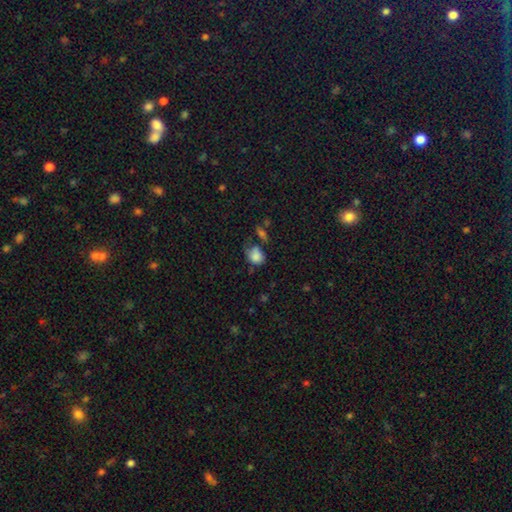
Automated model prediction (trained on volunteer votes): smooth-or-featured: smooth: 82% | star or artifact: 10% | featured or disk: 9%
  how-rounded: round: 53% | in between: 46% | cigar-shaped: 1%
  merging: none: 41% | minor disturbance: 30% | major disturbance: 17% | merger: 13%